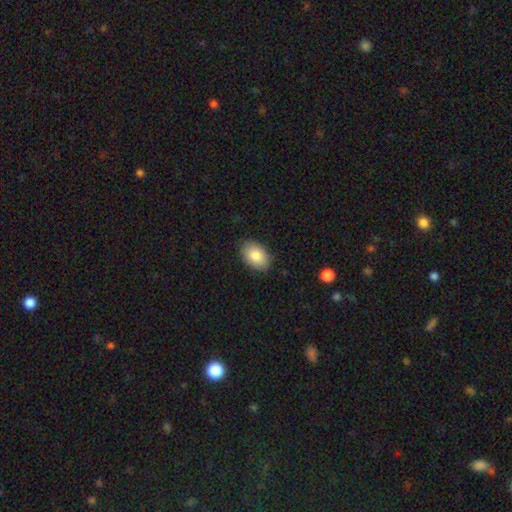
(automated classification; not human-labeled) Overall: smooth (84%). How rounded: in between (89%). Merging: none (86%).